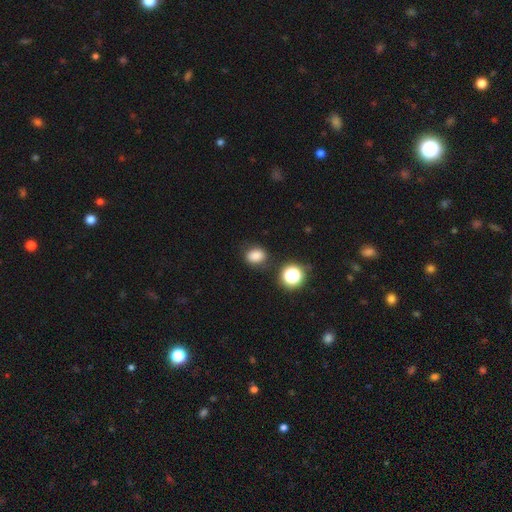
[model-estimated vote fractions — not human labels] The model was most divided on "how rounded": in between: 59%, round: 40%, cigar-shaped: 1%. More confident: smooth or featured — smooth (82%); merging — none (79%).